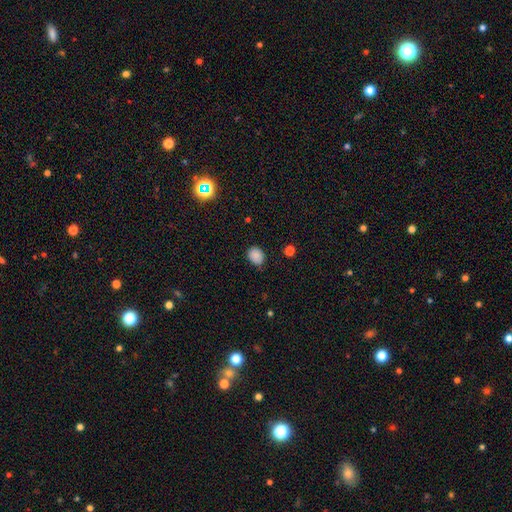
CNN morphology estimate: Smooth or featured: smooth — 86% (star or artifact — 11%)
How rounded: in between — 53% (round — 46%)
Merging: none — 78% (minor disturbance — 17%)